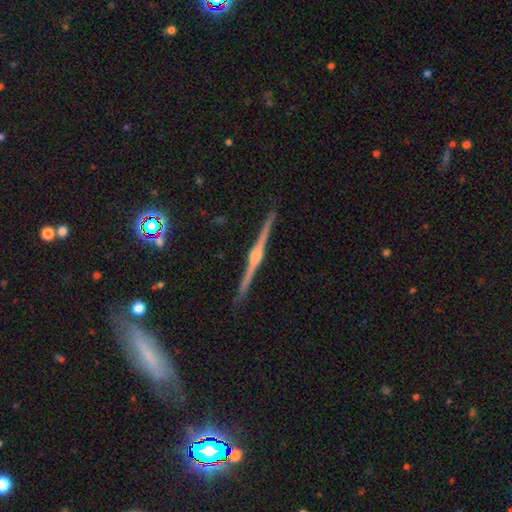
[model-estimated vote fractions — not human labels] Morphology: type=featured or disk (89%); edge-on=yes (99%); edge-on bulge=rounded (90%); merging=none (92%).